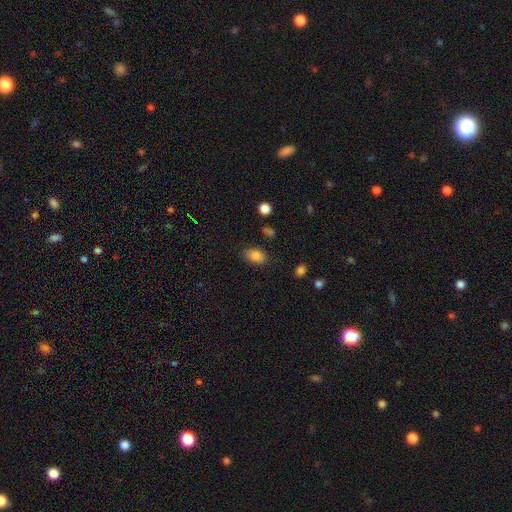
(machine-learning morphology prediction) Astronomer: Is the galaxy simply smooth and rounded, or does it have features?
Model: smooth — 85%.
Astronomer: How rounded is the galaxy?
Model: in between — 86%.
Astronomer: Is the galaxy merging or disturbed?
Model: none — 82%.